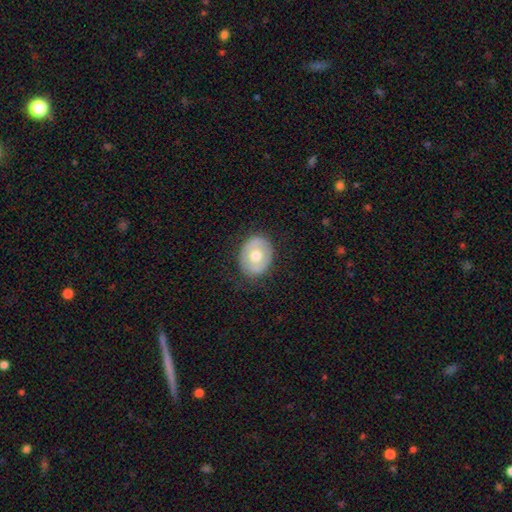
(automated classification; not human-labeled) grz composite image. It shows a smooth galaxy with no disk features (59%) that is round (53%). Merging: none (81%).